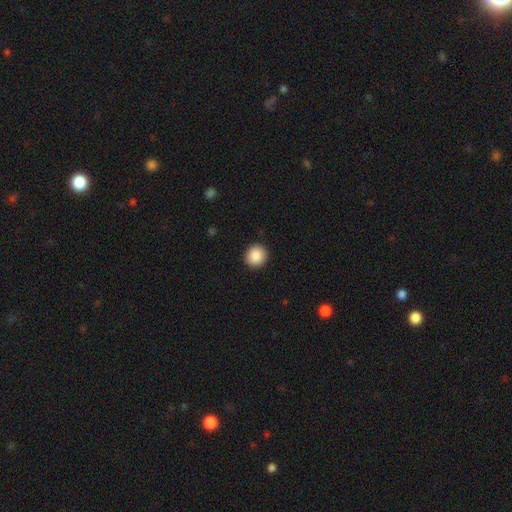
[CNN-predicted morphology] Overall: smooth (88%). How rounded: round (89%). Merging: none (92%).